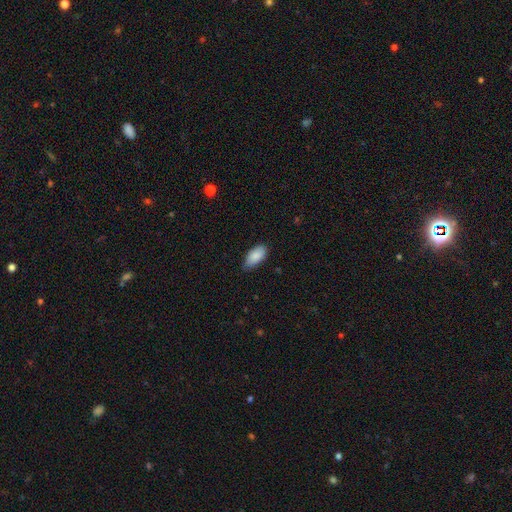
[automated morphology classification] A smooth galaxy with no disk features (88%) that is in between round and cigar-shaped (92%).

Vote fractions:
- Smooth or featured? smooth: 88% / star or artifact: 6% / featured or disk: 6%
- How rounded? in between: 92% / cigar-shaped: 5% / round: 2%
- Merging? none: 71% / minor disturbance: 25% / major disturbance: 3% / merger: 1%